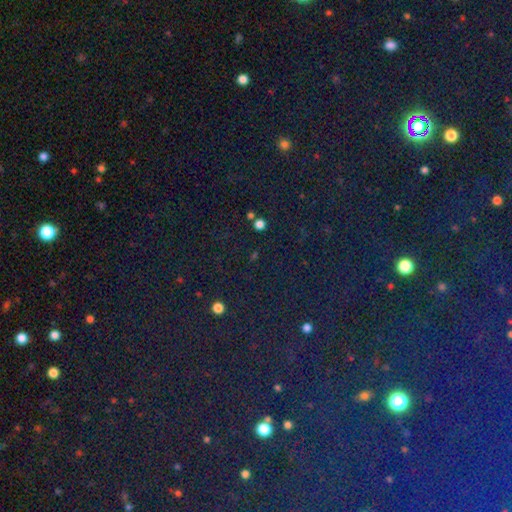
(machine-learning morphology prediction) A star or artifact, not a galaxy (80%).

Vote fractions:
- Smooth or featured? star or artifact: 80% / smooth: 12% / featured or disk: 7%